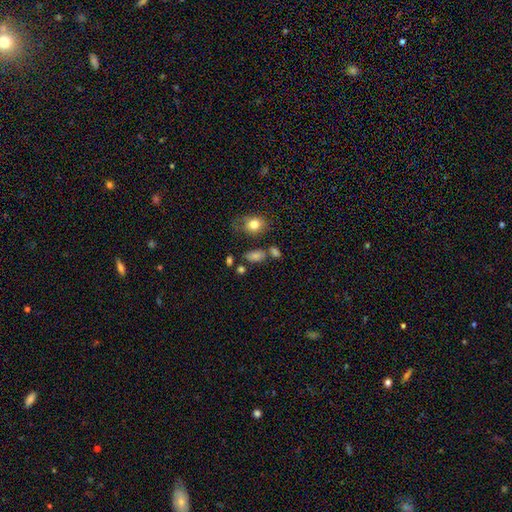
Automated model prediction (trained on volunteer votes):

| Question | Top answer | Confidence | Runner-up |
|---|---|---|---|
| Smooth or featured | smooth | 69% | star or artifact (17%) |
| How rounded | in between | 70% | round (26%) |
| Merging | none | 61% | minor disturbance (18%) |